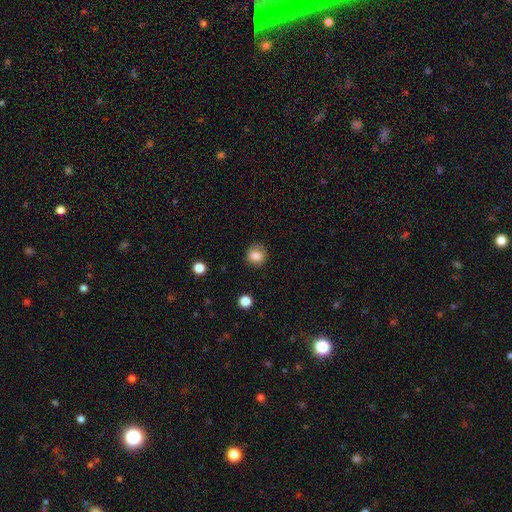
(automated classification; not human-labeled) This appears to be a smooth galaxy with no disk features (85%) that is round (86%). Merging: none (85%).